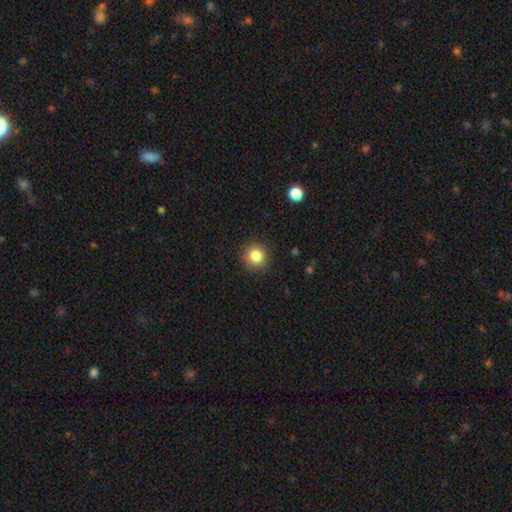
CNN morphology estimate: smooth 84%, star or artifact 11%, featured or disk 5%. Down the decision tree: how rounded — round (93%); merging — none (90%).